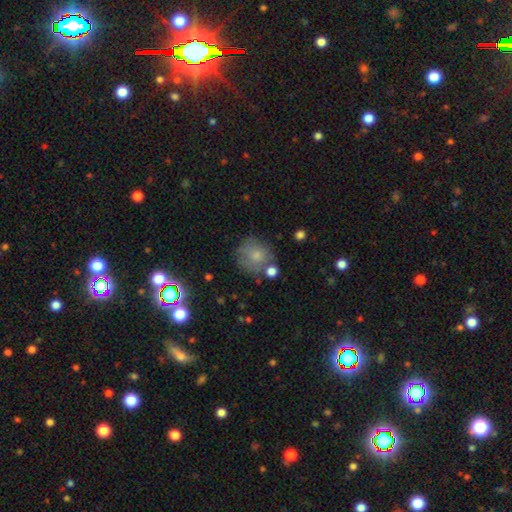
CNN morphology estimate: This is likely a smooth galaxy (74%). How rounded: clearly round (86%). Merging: likely none (62%).